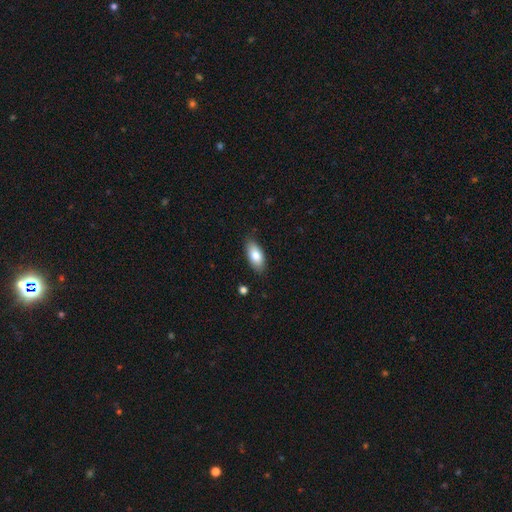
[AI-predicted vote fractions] Morphology: type=smooth (81%); roundness=in between (88%); merging=none (84%).